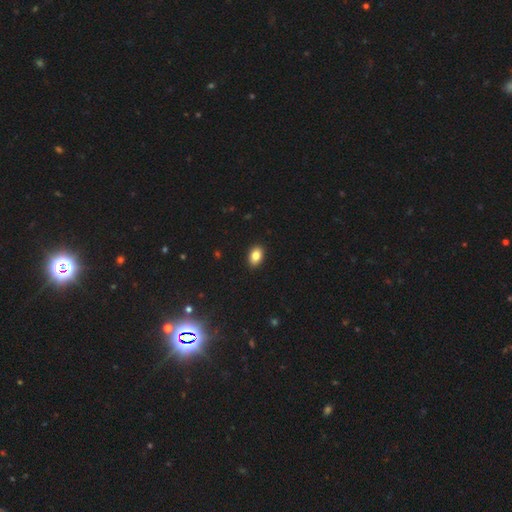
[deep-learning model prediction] Smooth or featured? smooth (85%)
How rounded? in between (87%)
Merging? none (90%)